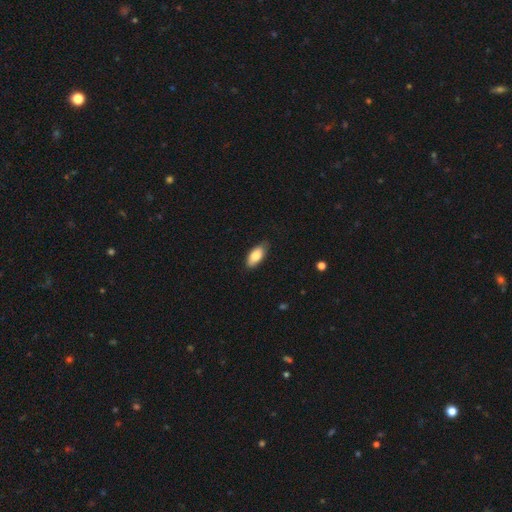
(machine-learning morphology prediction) type=smooth (81%); roundness=in between (88%); merging=none (82%).